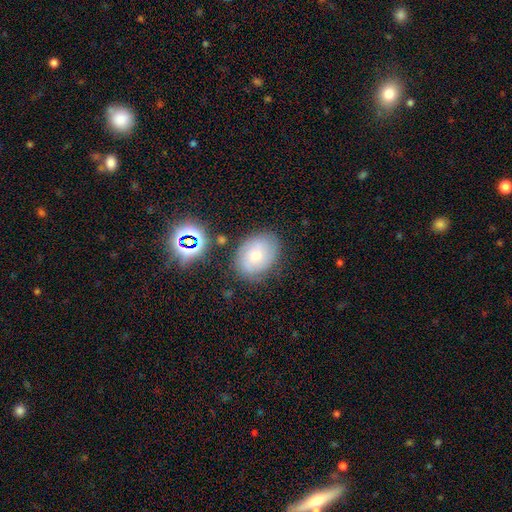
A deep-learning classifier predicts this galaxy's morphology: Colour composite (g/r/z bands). It shows a smooth galaxy with no disk features (43%). Merging: none (77%).